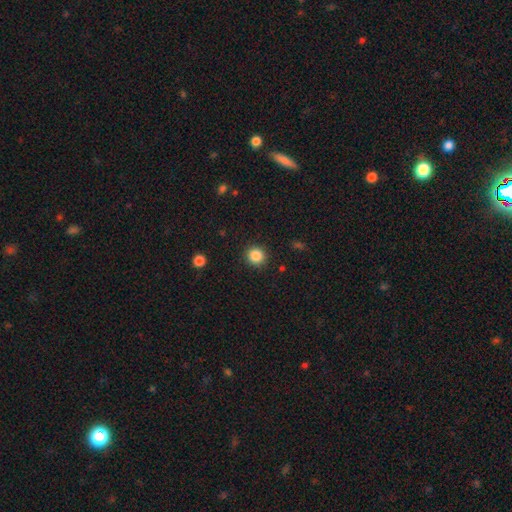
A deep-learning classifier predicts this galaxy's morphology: smooth 86%, star or artifact 11%, featured or disk 4%. Down the decision tree: how rounded — round (93%); merging — none (91%).